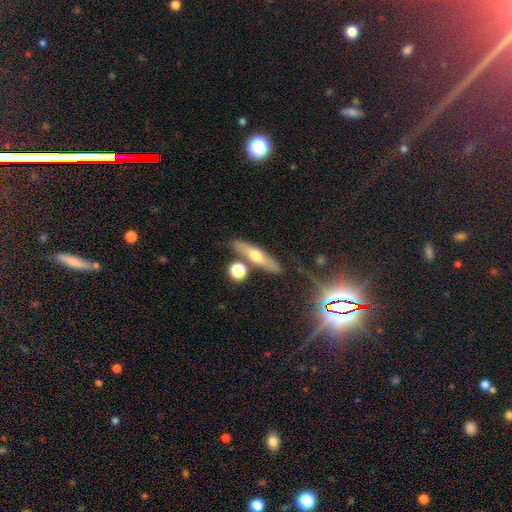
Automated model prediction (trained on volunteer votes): smooth 46%, featured or disk 45%, star or artifact 8%. Down the decision tree: merging — none (77%).